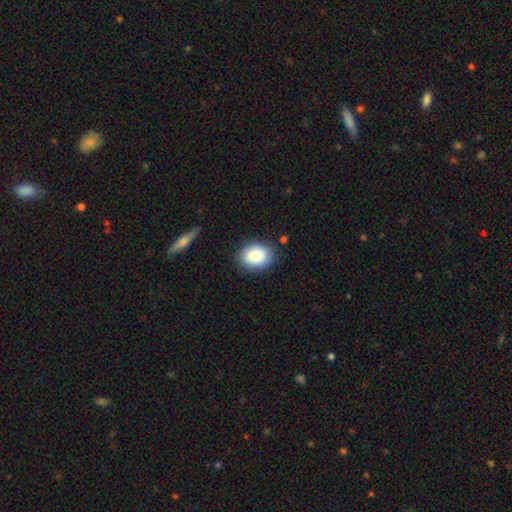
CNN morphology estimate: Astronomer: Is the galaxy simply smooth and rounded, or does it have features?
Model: smooth — 87%.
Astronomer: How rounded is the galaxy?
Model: in between — 69%.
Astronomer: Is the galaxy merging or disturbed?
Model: none — 84%.